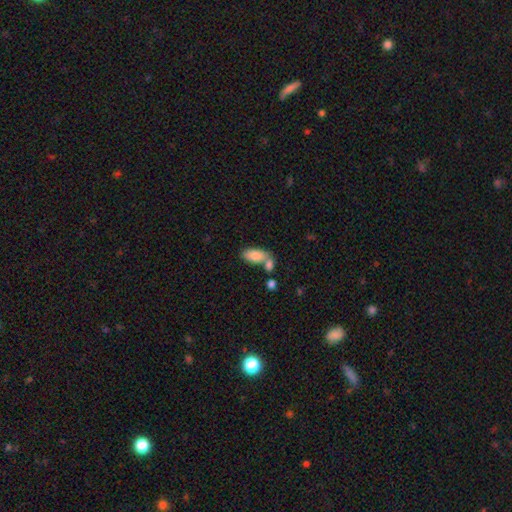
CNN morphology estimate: smooth-or-featured: smooth: 84% | featured or disk: 9% | star or artifact: 7%
  how-rounded: in between: 91% | cigar-shaped: 6% | round: 3%
  merging: none: 42% | merger: 40% | minor disturbance: 13% | major disturbance: 5%